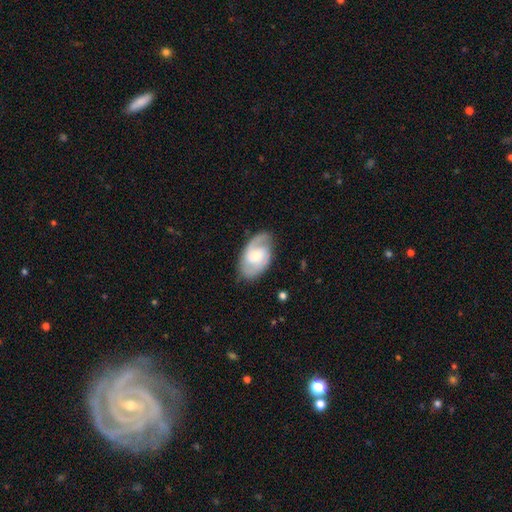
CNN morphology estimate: Smooth or featured? Predicted: featured or disk (p=0.77). Edge-on disk? Predicted: no (p=0.96). Bar? Predicted: no (p=0.50). Spiral arms? Predicted: yes (p=0.93). Spiral winding? Predicted: medium (p=0.49). Spiral arm count? Predicted: 2 (p=0.80). Bulge size? Predicted: moderate (p=0.50). Merging? Predicted: none (p=0.80).